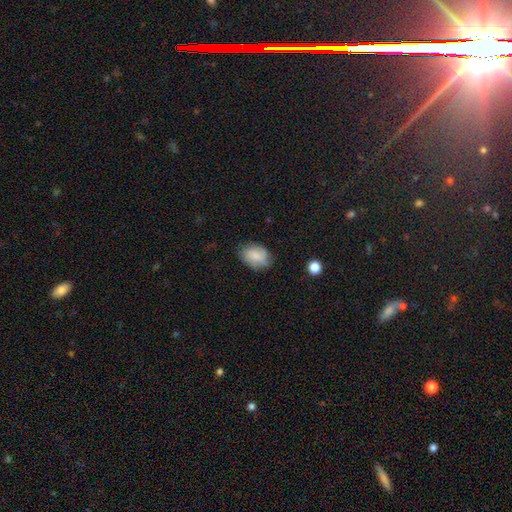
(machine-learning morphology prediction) type=smooth (75%); roundness=in between (76%); merging=none (63%).